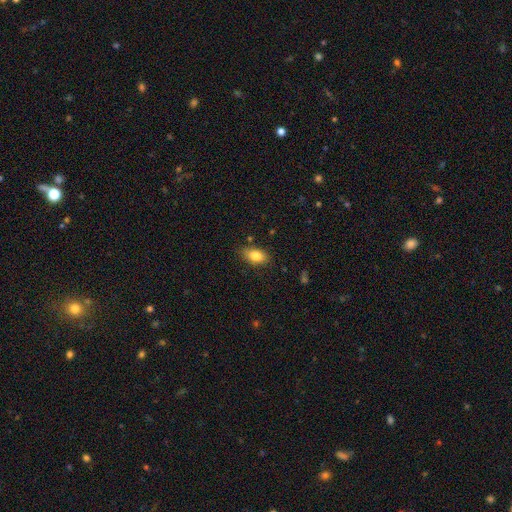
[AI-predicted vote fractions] A smooth galaxy with no disk features (83%) that is in between round and cigar-shaped (89%).

Vote fractions:
- Smooth or featured? smooth: 83% / featured or disk: 9% / star or artifact: 8%
- How rounded? in between: 89% / round: 8% / cigar-shaped: 3%
- Merging? none: 80% / minor disturbance: 15% / major disturbance: 3% / merger: 2%